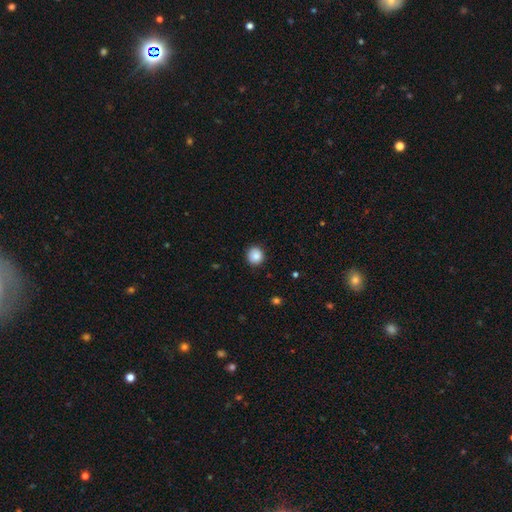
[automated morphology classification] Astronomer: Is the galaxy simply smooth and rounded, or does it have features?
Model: smooth — 87%.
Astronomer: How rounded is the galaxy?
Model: round — 89%.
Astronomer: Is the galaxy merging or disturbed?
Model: none — 89%.